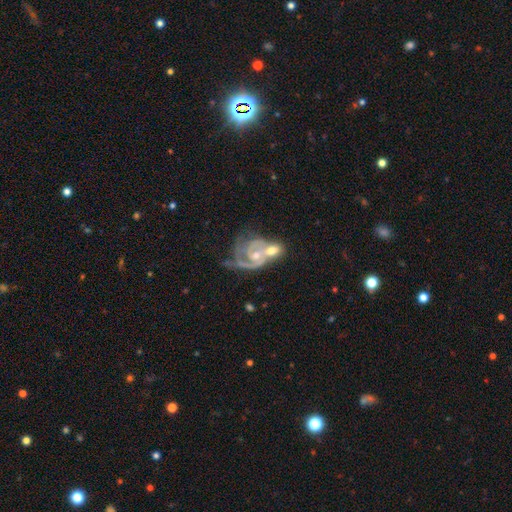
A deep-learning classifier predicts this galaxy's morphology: Smooth or featured: featured or disk — 84% (smooth — 10%)
Edge-on disk: no — 97% (yes — 3%)
Bar: no — 63% (weak — 29%)
Spiral arms: yes — 92% (no — 8%)
Spiral winding: tight — 44% (medium — 40%)
Spiral arm count: 2 — 55% (1 — 20%)
Bulge size: moderate — 54% (small — 37%)
Merging: merger — 60% (none — 17%)